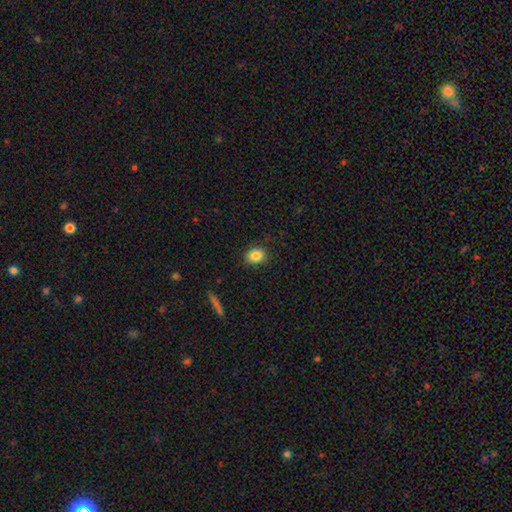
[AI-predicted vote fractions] smooth-or-featured: smooth: 84% | star or artifact: 9% | featured or disk: 7%
  how-rounded: round: 52% | in between: 47% | cigar-shaped: 1%
  merging: none: 87% | minor disturbance: 10% | major disturbance: 2% | merger: 1%